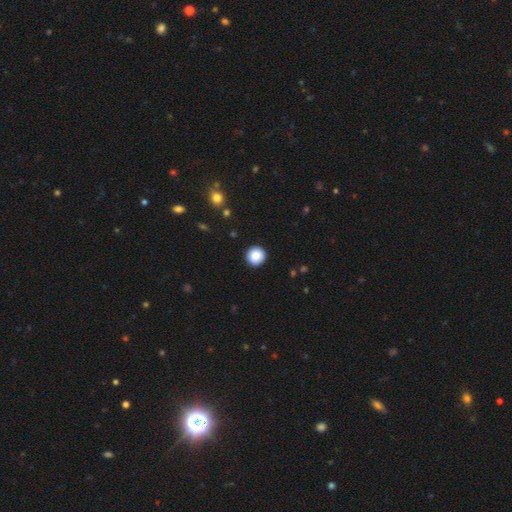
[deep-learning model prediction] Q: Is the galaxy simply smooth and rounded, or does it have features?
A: smooth — 87%.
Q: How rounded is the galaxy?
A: round — 95%.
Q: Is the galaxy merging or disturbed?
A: none — 93%.